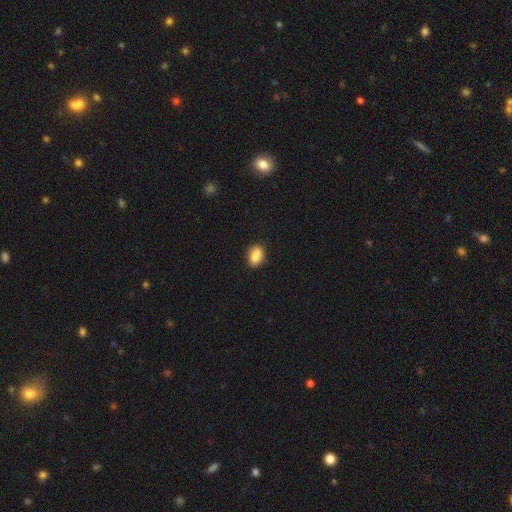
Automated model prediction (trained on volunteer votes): Smooth or featured? smooth (84%)
How rounded? in between (73%)
Merging? none (78%)